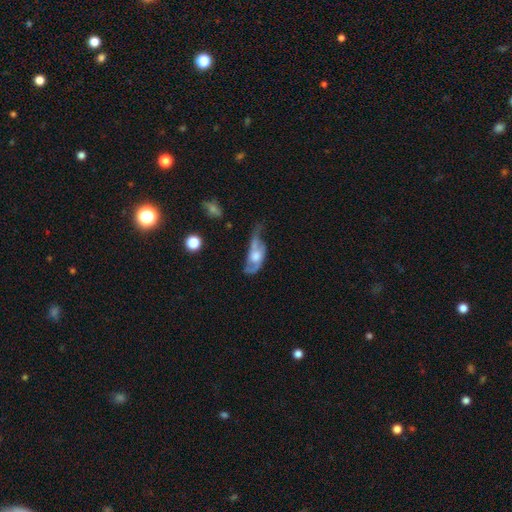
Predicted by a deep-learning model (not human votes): This is likely a featured or disk galaxy (60%). It is clearly not viewed edge-on (85%). Bar: likely no (75%). Spiral arm pattern: likely yes (66%). Central bulge: possibly moderate (48%). Merging: marginally major disturbance (41%).